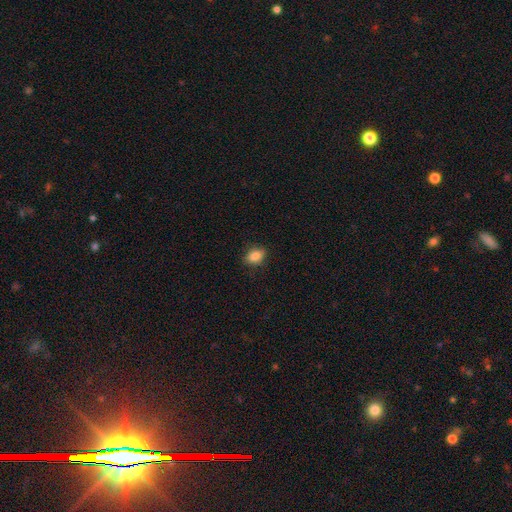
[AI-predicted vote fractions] Smooth or featured? smooth (85%)
How rounded? in between (73%)
Merging? none (84%)